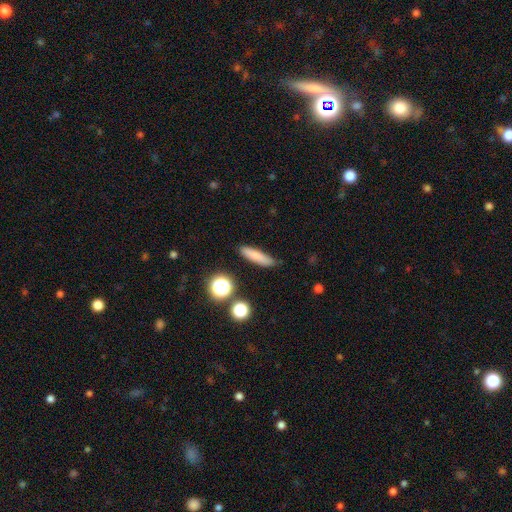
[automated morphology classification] This is likely a smooth galaxy (76%). How rounded: likely cigar-shaped (79%). Merging: clearly none (84%).